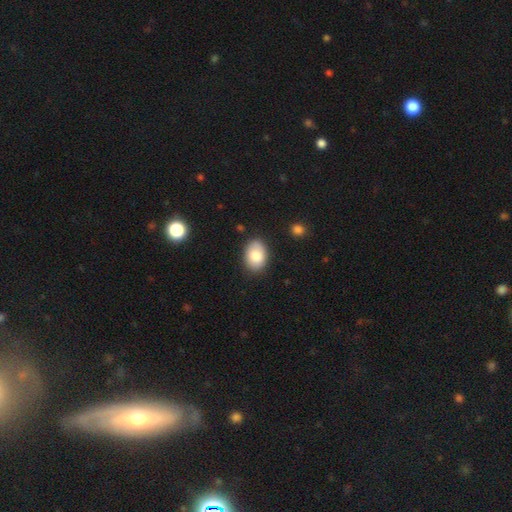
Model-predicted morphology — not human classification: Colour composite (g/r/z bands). It shows a smooth galaxy with no disk features (79%) that is in between round and cigar-shaped (80%). Merging: none (84%).